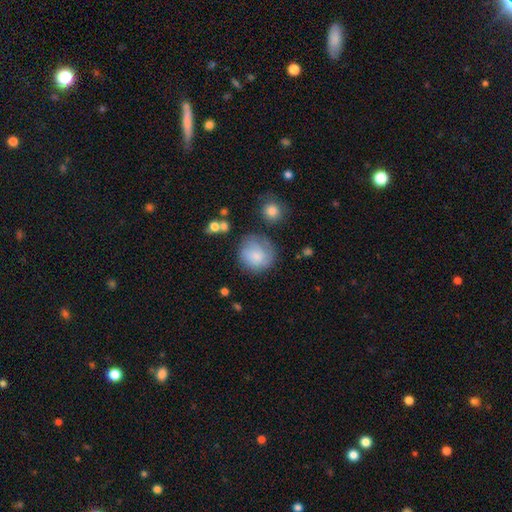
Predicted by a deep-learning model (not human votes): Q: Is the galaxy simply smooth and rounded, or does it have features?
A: smooth — 69%.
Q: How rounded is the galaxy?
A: round — 88%.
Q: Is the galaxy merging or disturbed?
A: none — 66%.